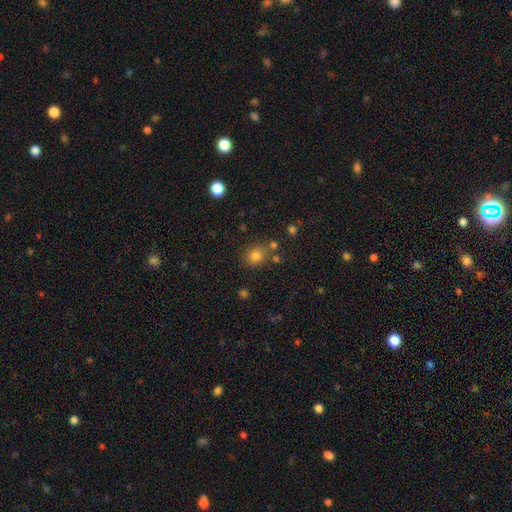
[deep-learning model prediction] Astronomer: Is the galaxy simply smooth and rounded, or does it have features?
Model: smooth — 79%.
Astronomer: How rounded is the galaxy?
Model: round — 79%.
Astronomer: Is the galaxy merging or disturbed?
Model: none — 74%.